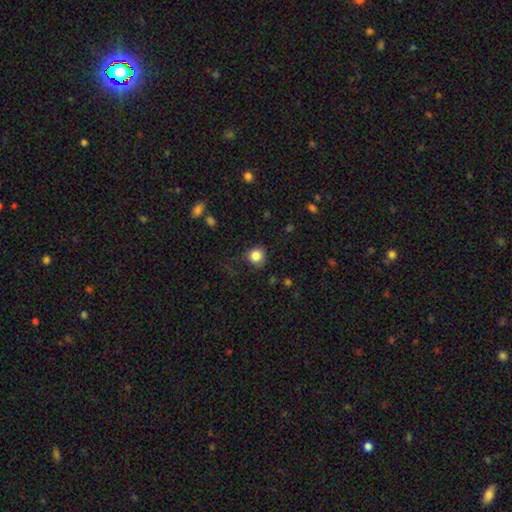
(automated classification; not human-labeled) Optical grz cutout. It shows a smooth galaxy with no disk features (84%) that is round (88%). Merging: none (75%).